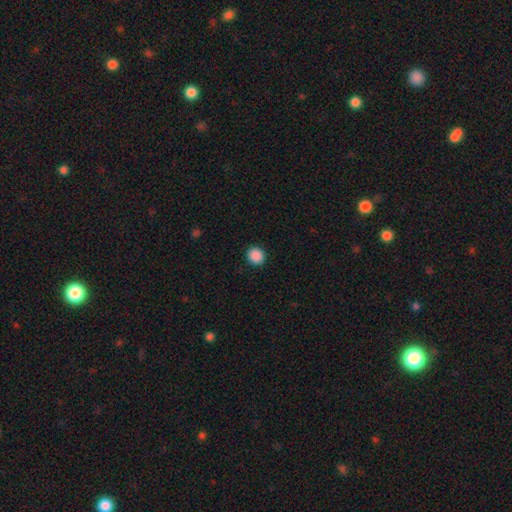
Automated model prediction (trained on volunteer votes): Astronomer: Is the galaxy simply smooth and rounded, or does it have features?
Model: smooth — 89%.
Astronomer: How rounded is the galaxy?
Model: round — 88%.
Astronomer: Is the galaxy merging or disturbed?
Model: none — 92%.